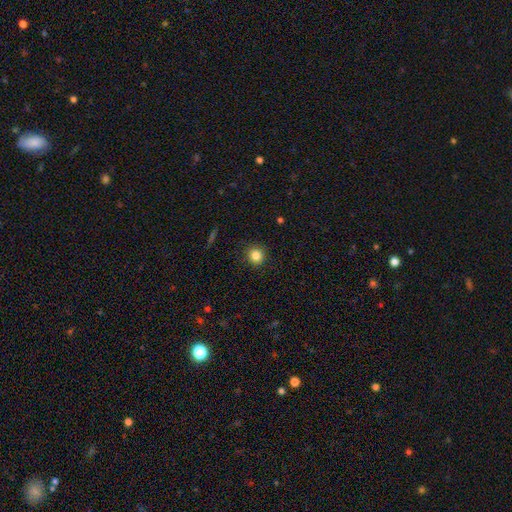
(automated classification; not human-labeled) The model was most divided on "smooth or featured": smooth: 84%, star or artifact: 11%, featured or disk: 5%. More confident: how rounded — round (92%); merging — none (91%).